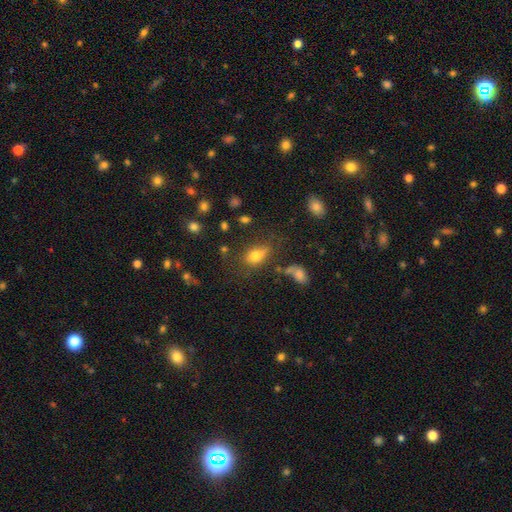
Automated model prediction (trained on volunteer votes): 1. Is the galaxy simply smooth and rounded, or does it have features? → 73% smooth, 14% star or artifact, 13% featured or disk.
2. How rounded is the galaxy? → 76% in between, 20% round, 4% cigar-shaped.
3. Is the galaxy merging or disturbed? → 52% none, 24% minor disturbance, 14% major disturbance, 10% merger.